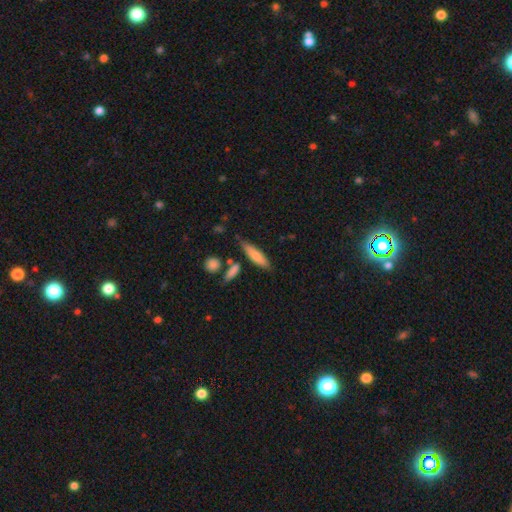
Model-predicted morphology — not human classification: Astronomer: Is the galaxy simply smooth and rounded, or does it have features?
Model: smooth — 76%.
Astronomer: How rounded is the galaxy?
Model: cigar-shaped — 69%.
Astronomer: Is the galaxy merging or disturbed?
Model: none — 72%.